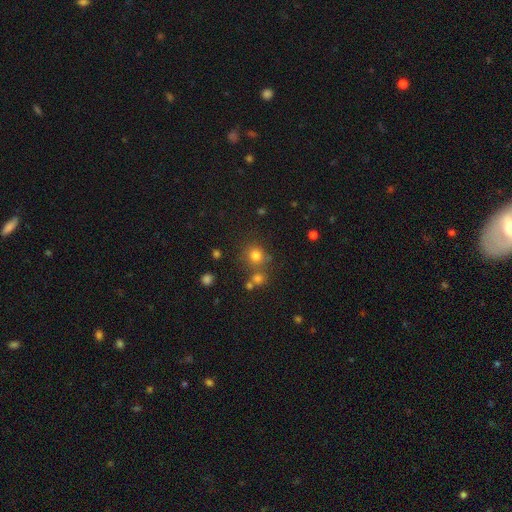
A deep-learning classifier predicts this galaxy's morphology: smooth 76%, star or artifact 17%, featured or disk 7%. Down the decision tree: how rounded — round (88%); merging — none (71%).